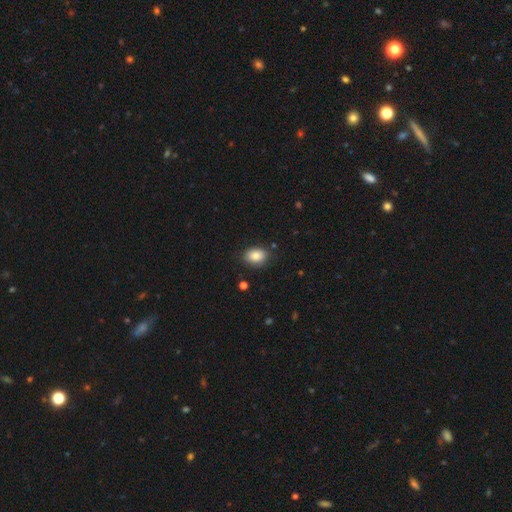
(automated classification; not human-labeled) smooth-or-featured: smooth: 85% | star or artifact: 8% | featured or disk: 7%
  how-rounded: in between: 72% | round: 27% | cigar-shaped: 1%
  merging: none: 82% | minor disturbance: 13% | major disturbance: 3% | merger: 2%